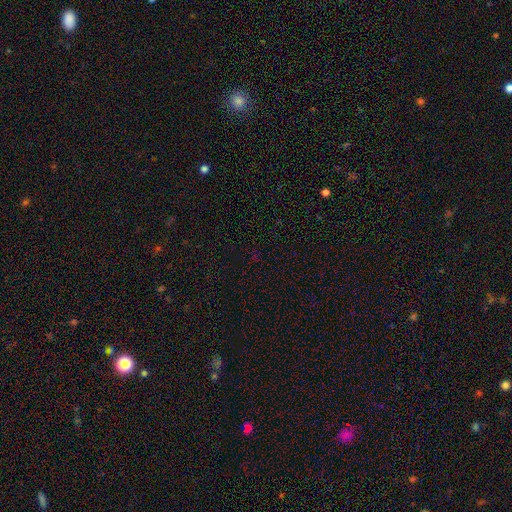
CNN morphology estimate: Smooth or featured? star or artifact (71%)